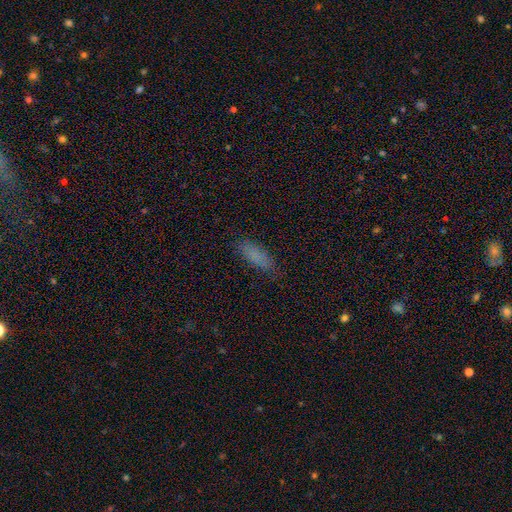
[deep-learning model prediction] Smooth or featured?
  - smooth: 81% *
  - star or artifact: 10%
  - featured or disk: 8%
How rounded?
  - in between: 63% *
  - cigar-shaped: 35%
  - round: 2%
Merging?
  - none: 81% *
  - minor disturbance: 15%
  - major disturbance: 3%
  - merger: 1%